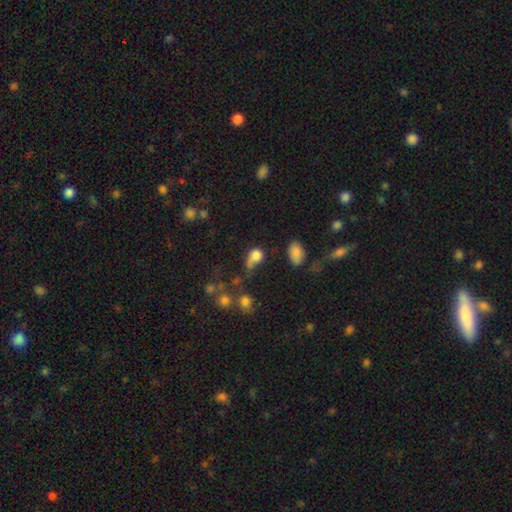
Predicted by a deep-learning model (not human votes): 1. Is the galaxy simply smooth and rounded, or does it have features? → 74% smooth, 14% featured or disk, 12% star or artifact.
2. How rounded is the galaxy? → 54% in between, 43% round, 3% cigar-shaped.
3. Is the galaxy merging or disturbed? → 35% major disturbance, 25% none, 25% minor disturbance, 15% merger.